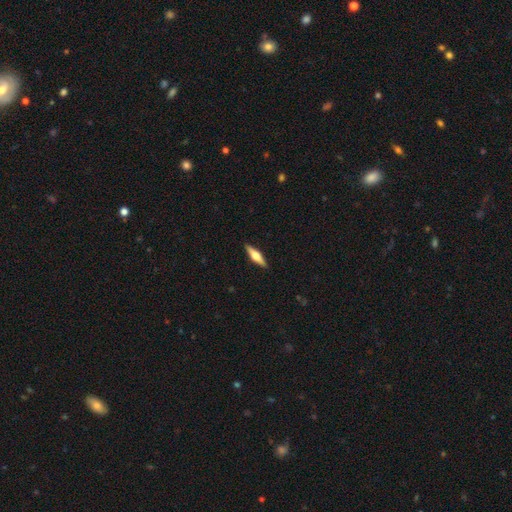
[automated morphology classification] A featured or disk galaxy (59%) viewed edge-on (96%) with a rounded central bulge (91%).

Vote fractions:
- Smooth or featured? featured or disk: 59% / smooth: 35% / star or artifact: 5%
- Edge-on disk? yes: 96% / no: 4%
- Edge-on bulge? rounded: 91% / boxy: 6% / none: 2%
- Merging? none: 91% / minor disturbance: 7% / major disturbance: 1% / merger: 1%